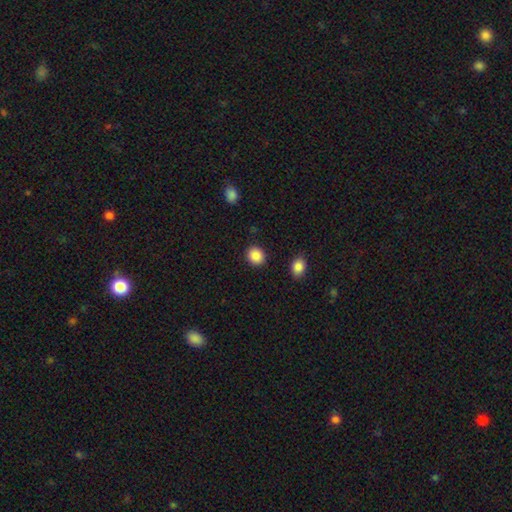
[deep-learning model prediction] smooth_or_featured: smooth (p=0.88) [alt: star or artifact p=0.08]
how_rounded: round (p=0.76) [alt: in between p=0.23]
merging: none (p=0.89) [alt: minor disturbance p=0.06]